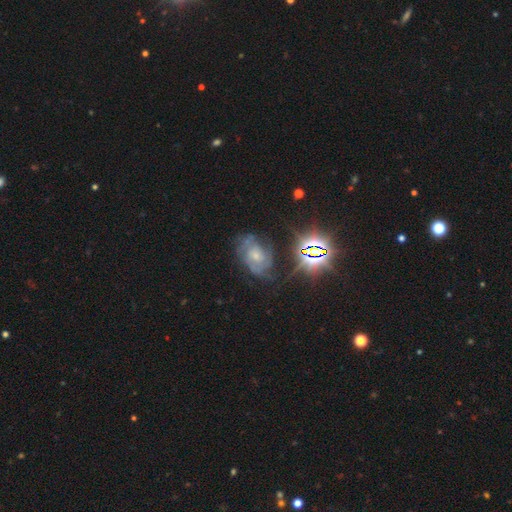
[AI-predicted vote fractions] smooth-or-featured: featured or disk: 62% | star or artifact: 20% | smooth: 18%
  disk-edge-on: no: 96% | yes: 4%
    bar: no: 74% | weak: 22% | strong: 5%
    has-spiral-arms: yes: 82% | no: 18%
    bulge-size: small: 54% | moderate: 34% | none: 7% | large: 3% | dominant: 1%
  merging: none: 55% | minor disturbance: 25% | major disturbance: 16% | merger: 3%